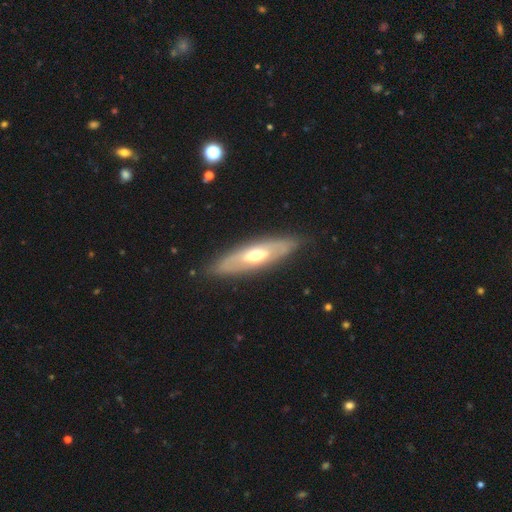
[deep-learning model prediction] This appears to be a featured or disk galaxy (58%). Merging: none (85%).